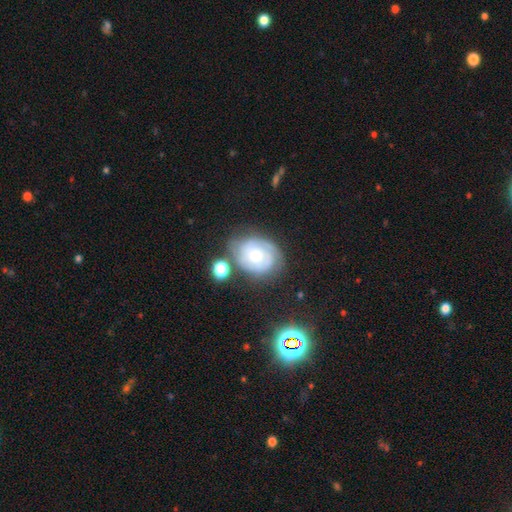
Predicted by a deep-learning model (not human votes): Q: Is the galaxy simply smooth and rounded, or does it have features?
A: featured or disk — 68%.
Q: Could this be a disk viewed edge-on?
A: no — 97%.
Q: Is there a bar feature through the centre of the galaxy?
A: no — 76%.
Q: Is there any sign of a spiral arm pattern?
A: yes — 85%.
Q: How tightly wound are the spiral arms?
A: tight — 64%.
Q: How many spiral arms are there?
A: can't tell — 39%.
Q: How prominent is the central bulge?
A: moderate — 54%.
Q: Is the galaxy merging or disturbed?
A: none — 61%.